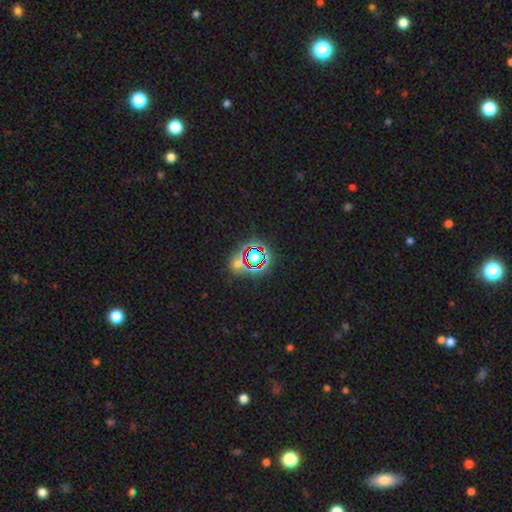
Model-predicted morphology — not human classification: This appears to be a star or artifact, not a galaxy (69%).